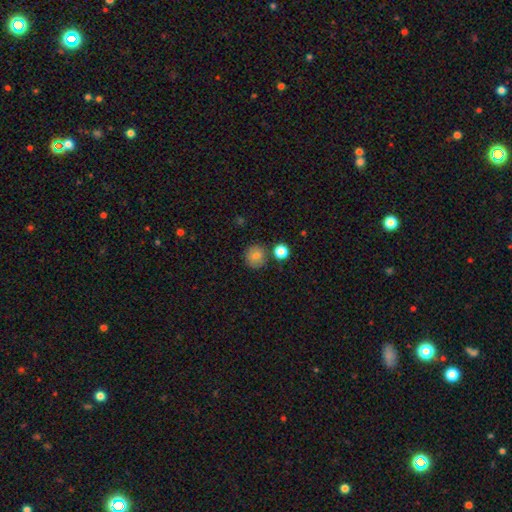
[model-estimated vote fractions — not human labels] Morphology: type=smooth (80%); roundness=round (86%); merging=none (79%).